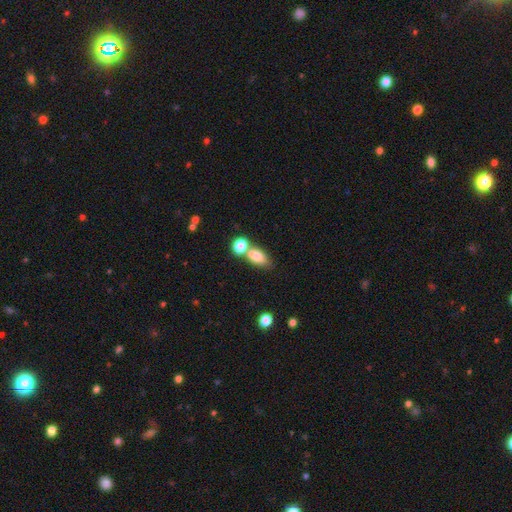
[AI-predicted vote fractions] A smooth galaxy with no disk features (77%) that is in between round and cigar-shaped (79%). Merging: merger (44%).